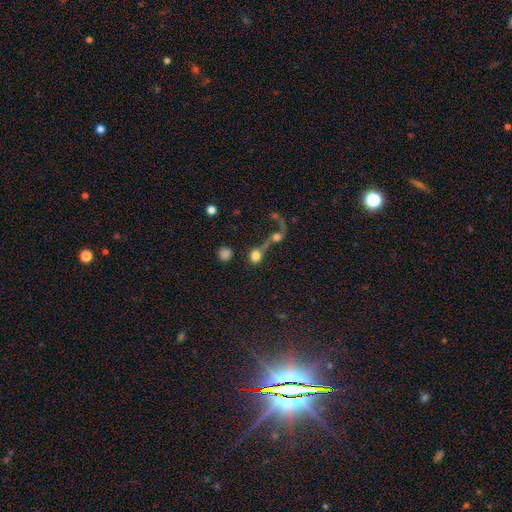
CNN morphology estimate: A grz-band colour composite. It shows a smooth galaxy with no disk features (72%) that is round (78%). Merging: merger (53%).